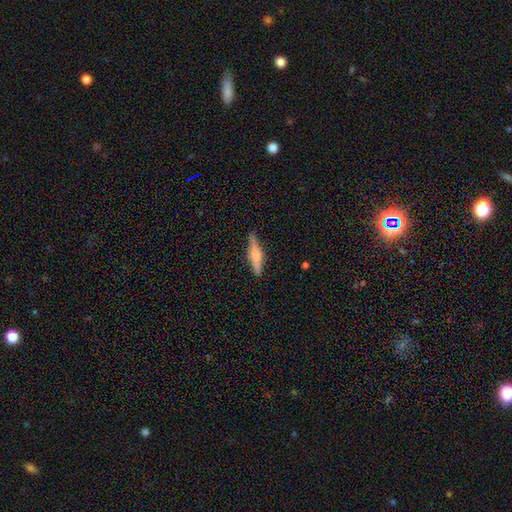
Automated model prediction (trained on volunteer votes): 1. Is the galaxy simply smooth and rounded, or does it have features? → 53% featured or disk, 40% smooth, 7% star or artifact.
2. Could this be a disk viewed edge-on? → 96% yes, 4% no.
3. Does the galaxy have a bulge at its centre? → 78% rounded, 14% boxy, 8% none.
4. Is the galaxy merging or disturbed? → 85% none, 11% minor disturbance, 2% major disturbance, 1% merger.